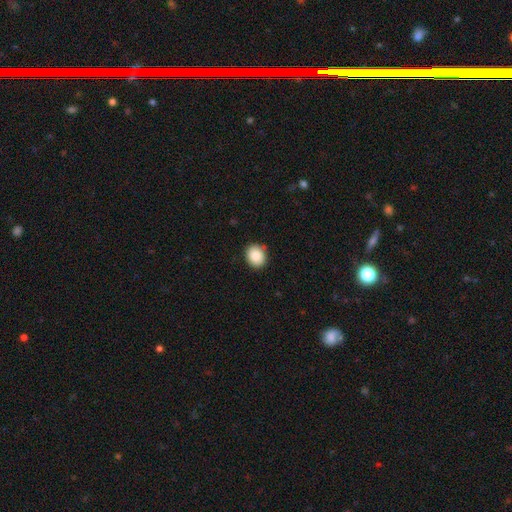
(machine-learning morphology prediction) smooth 86%, star or artifact 8%, featured or disk 5%. Down the decision tree: how rounded — round (70%); merging — none (87%).